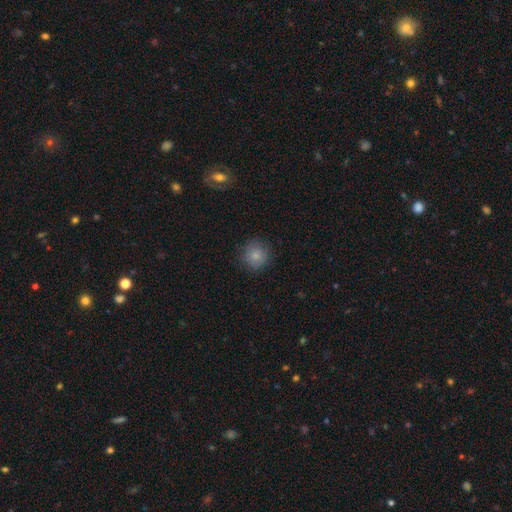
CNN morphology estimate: This is clearly a smooth galaxy (83%). How rounded: clearly round (92%). Merging: clearly none (83%).